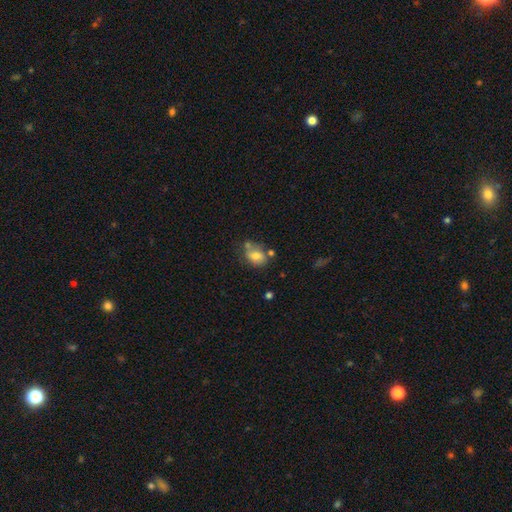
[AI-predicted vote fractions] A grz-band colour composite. It shows a smooth galaxy with no disk features (69%) that is in between round and cigar-shaped (64%). Merging: none (48%).